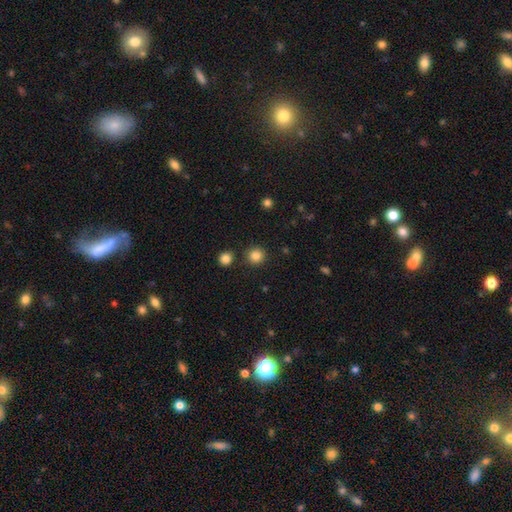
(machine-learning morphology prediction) type=smooth (85%); roundness=round (94%); merging=none (88%).